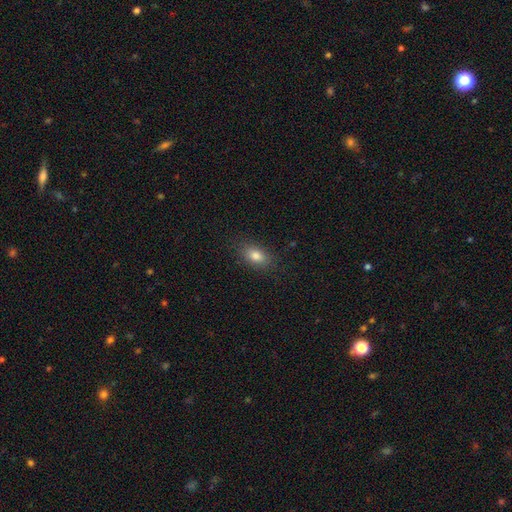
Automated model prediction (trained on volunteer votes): A smooth galaxy with no disk features (82%) that is in between round and cigar-shaped (86%). Merging: none (86%).